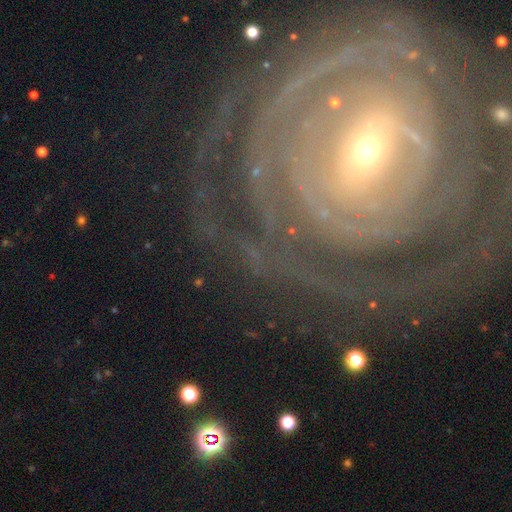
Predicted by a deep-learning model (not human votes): Q: Smooth or featured?
A: featured or disk (84%); runner-up: star or artifact (8%)
Q: Edge-on disk?
A: no (96%); runner-up: yes (4%)
Q: Bar?
A: no (43%); runner-up: strong (29%)
Q: Spiral arms?
A: yes (92%); runner-up: no (8%)
Q: Spiral winding?
A: tight (78%); runner-up: medium (16%)
Q: Spiral arm count?
A: can't tell (32%); runner-up: 2 (17%)
Q: Bulge size?
A: small (71%); runner-up: moderate (23%)
Q: Merging?
A: none (72%); runner-up: minor disturbance (13%)